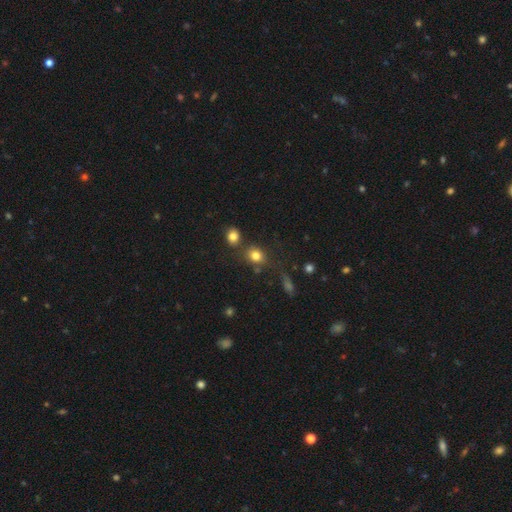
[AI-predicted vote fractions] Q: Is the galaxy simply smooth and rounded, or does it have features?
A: smooth — 80%.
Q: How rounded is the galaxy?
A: round — 63%.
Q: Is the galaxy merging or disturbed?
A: none — 65%.